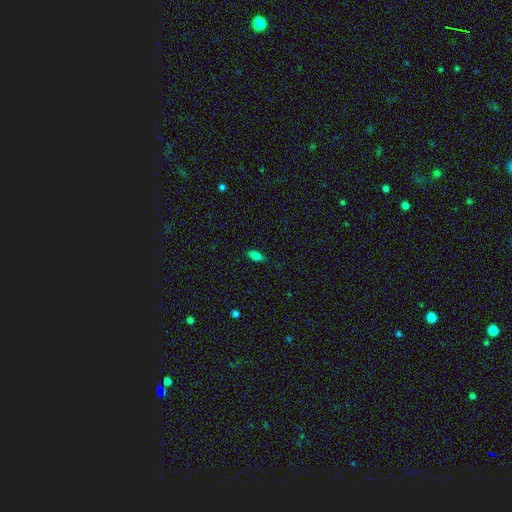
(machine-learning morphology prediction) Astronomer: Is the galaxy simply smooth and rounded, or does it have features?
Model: smooth — 79%.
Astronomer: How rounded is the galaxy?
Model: in between — 84%.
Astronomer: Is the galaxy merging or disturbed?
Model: none — 83%.